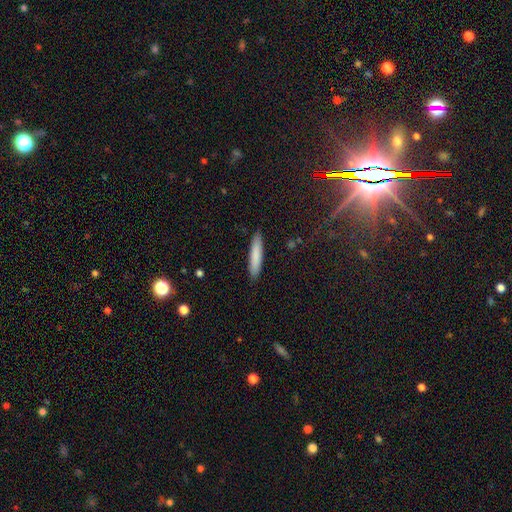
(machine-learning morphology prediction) smooth 81%, featured or disk 13%, star or artifact 6%. Down the decision tree: how rounded — cigar-shaped (89%); merging — none (90%).